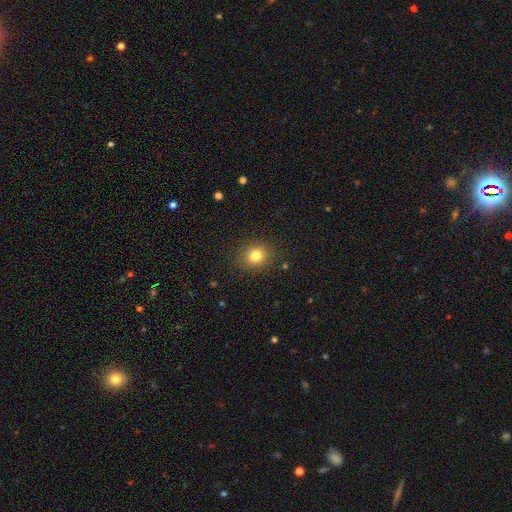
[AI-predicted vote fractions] A smooth galaxy with no disk features (80%) that is round (81%).

Vote fractions:
- Smooth or featured? smooth: 80% / star or artifact: 13% / featured or disk: 7%
- How rounded? round: 81% / in between: 19% / cigar-shaped: 1%
- Merging? none: 89% / minor disturbance: 8% / major disturbance: 3% / merger: 1%